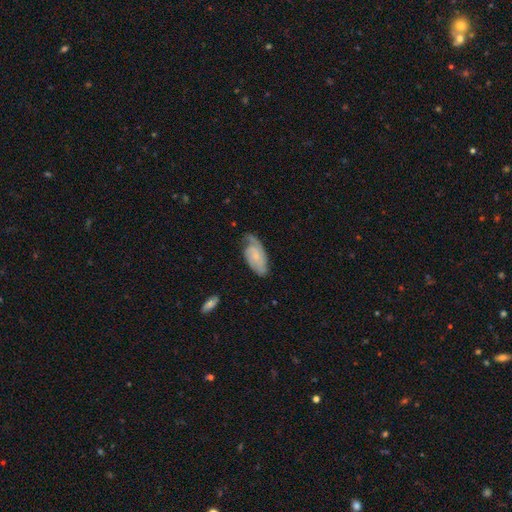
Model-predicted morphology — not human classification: Smooth or featured? Predicted: featured or disk (p=0.71). Edge-on disk? Predicted: no (p=0.95). Bar? Predicted: no (p=0.65). Spiral arms? Predicted: yes (p=0.94). Spiral winding? Predicted: tight (p=0.49). Spiral arm count? Predicted: 2 (p=0.52). Bulge size? Predicted: small (p=0.64). Merging? Predicted: none (p=0.60).